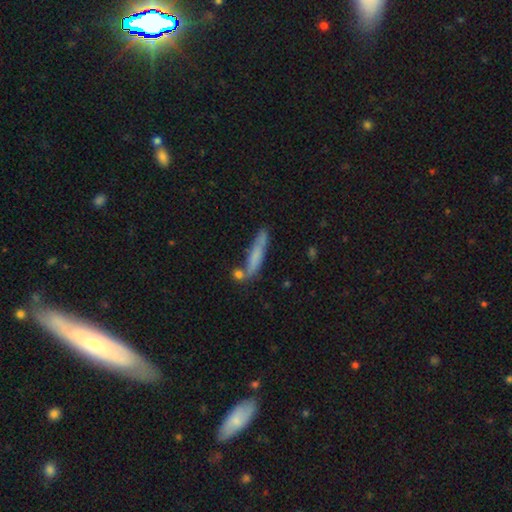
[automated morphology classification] Overall: smooth (64%; featured or disk 28%). How rounded: cigar-shaped (91%). Merging: none (66%).